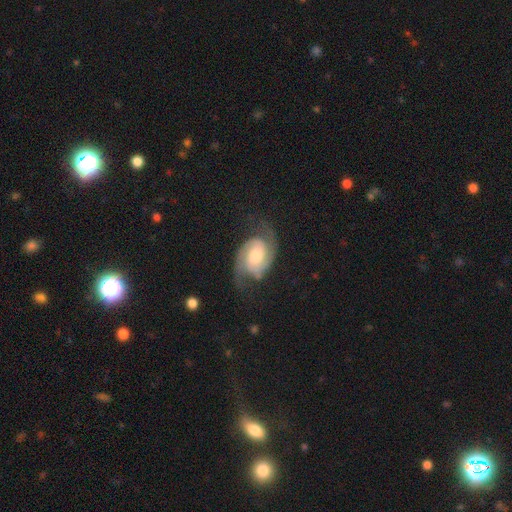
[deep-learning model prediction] Q: Smooth or featured?
A: featured or disk (86%); runner-up: smooth (9%)
Q: Edge-on disk?
A: no (97%); runner-up: yes (3%)
Q: Bar?
A: no (60%); runner-up: weak (32%)
Q: Spiral arms?
A: yes (97%); runner-up: no (3%)
Q: Spiral winding?
A: medium (49%); runner-up: tight (32%)
Q: Spiral arm count?
A: 2 (91%); runner-up: can't tell (3%)
Q: Bulge size?
A: moderate (52%); runner-up: small (22%)
Q: Merging?
A: none (70%); runner-up: minor disturbance (18%)